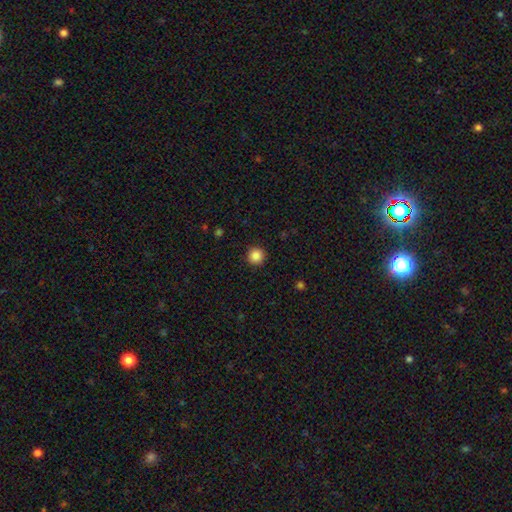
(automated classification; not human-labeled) The model was most divided on "smooth or featured": smooth: 86%, star or artifact: 11%, featured or disk: 3%. More confident: how rounded — round (96%); merging — none (93%).